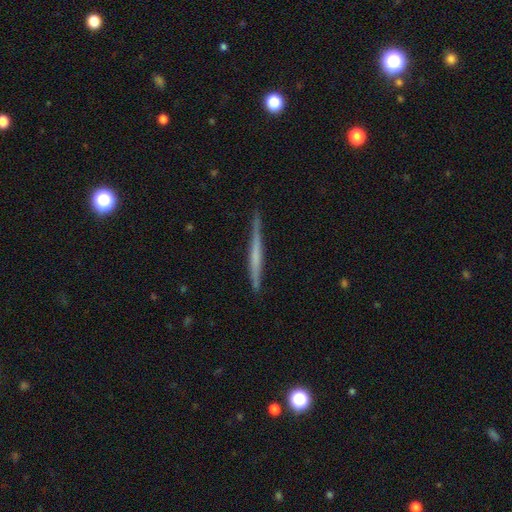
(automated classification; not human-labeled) Smooth or featured? featured or disk (55%)
Edge-on disk? yes (97%)
Edge-on bulge? none (77%)
Merging? none (86%)